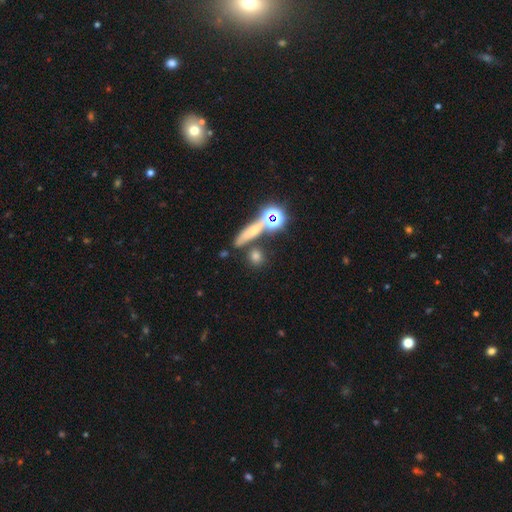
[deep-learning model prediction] smooth 61%, star or artifact 25%, featured or disk 13%. Down the decision tree: how rounded — round (61%); merging — none (72%).